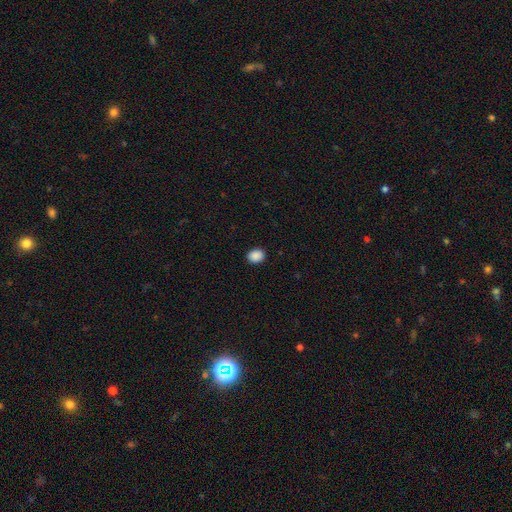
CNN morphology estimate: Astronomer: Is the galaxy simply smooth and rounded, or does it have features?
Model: smooth — 89%.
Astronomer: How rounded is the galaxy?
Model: in between — 51% (runner-up: round, 49%).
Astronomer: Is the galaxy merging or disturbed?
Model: none — 90%.